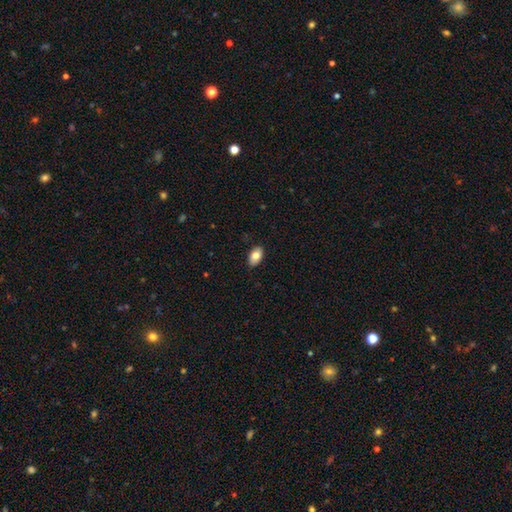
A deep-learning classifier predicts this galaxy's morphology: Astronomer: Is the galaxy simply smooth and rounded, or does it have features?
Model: smooth — 81%.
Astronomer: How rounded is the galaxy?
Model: in between — 93%.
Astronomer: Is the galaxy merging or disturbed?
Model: none — 87%.